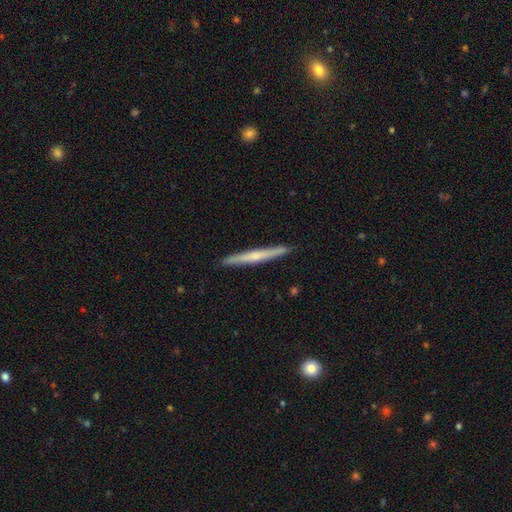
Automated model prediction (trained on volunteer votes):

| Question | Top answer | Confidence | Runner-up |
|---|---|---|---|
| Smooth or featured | featured or disk | 54% | smooth (40%) |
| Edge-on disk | yes | 97% | no (3%) |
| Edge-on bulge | rounded | 51% | none (43%) |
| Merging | none | 92% | minor disturbance (6%) |